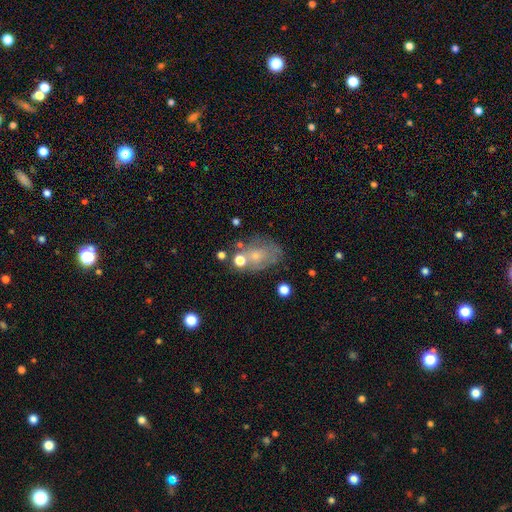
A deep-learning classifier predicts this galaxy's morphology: smooth_or_featured: smooth (p=0.49) [alt: featured or disk p=0.38]
merging: none (p=0.50) [alt: minor disturbance p=0.24]